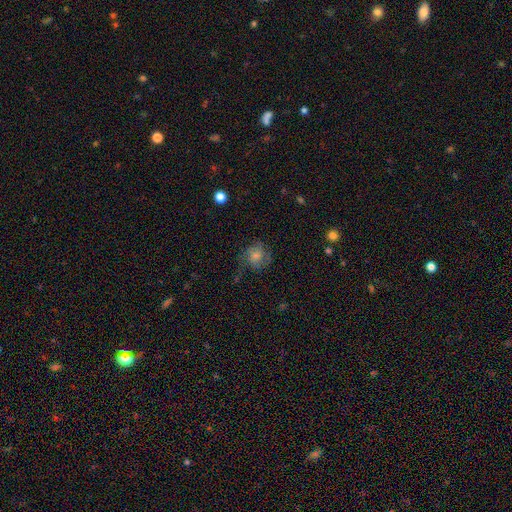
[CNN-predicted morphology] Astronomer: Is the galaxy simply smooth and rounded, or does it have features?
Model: smooth — 61%.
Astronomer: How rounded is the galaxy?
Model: round — 77%.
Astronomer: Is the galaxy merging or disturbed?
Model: none — 57%.